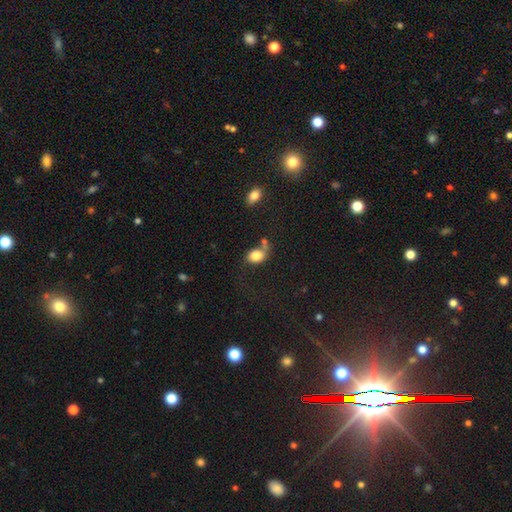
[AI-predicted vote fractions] Q: Smooth or featured?
A: smooth (79%); runner-up: featured or disk (12%)
Q: How rounded?
A: in between (68%); runner-up: round (30%)
Q: Merging?
A: none (40%); runner-up: merger (25%)